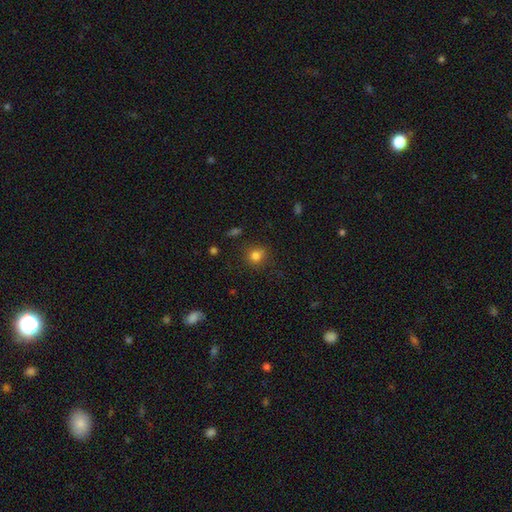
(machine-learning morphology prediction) smooth-or-featured: smooth: 80% | star or artifact: 13% | featured or disk: 7%
  how-rounded: round: 83% | in between: 16% | cigar-shaped: 1%
  merging: none: 80% | minor disturbance: 13% | major disturbance: 4% | merger: 3%